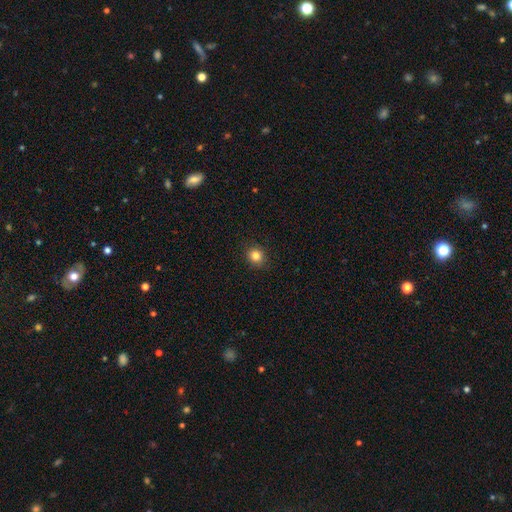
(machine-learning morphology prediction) A smooth galaxy with no disk features (83%) that is round (80%).

Vote fractions:
- Smooth or featured? smooth: 83% / star or artifact: 11% / featured or disk: 5%
- How rounded? round: 80% / in between: 20% / cigar-shaped: 1%
- Merging? none: 89% / minor disturbance: 8% / major disturbance: 2% / merger: 1%